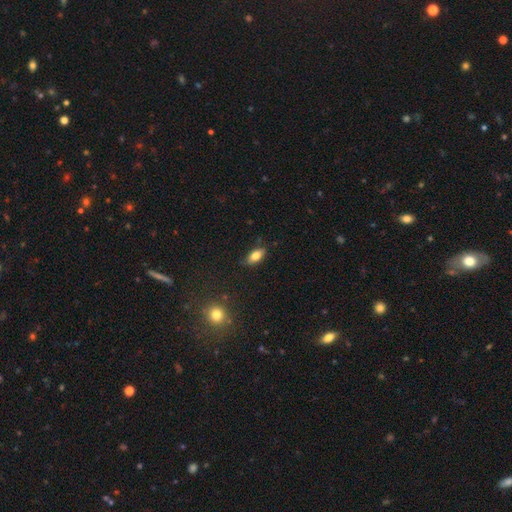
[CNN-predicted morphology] This is likely a smooth galaxy (78%). How rounded: clearly in between (86%). Merging: clearly none (84%).